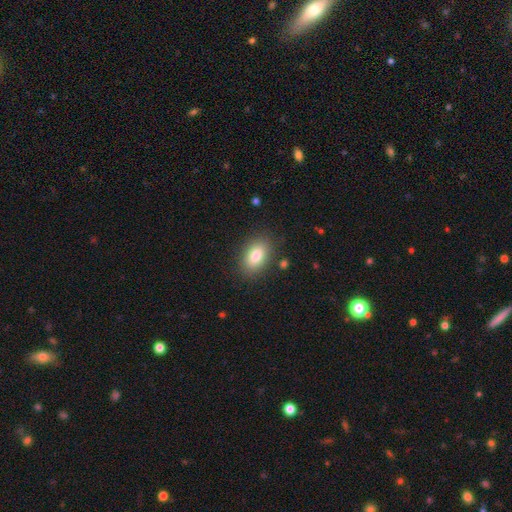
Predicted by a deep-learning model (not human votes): Q: Smooth or featured?
A: smooth (83%); runner-up: featured or disk (9%)
Q: How rounded?
A: in between (89%); runner-up: round (9%)
Q: Merging?
A: none (85%); runner-up: minor disturbance (10%)